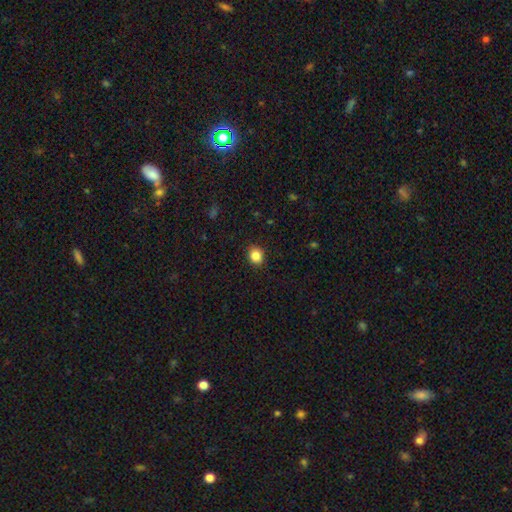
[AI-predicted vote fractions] Smooth or featured? Predicted: smooth (p=0.86). How rounded? Predicted: round (p=0.74). Merging? Predicted: none (p=0.91).